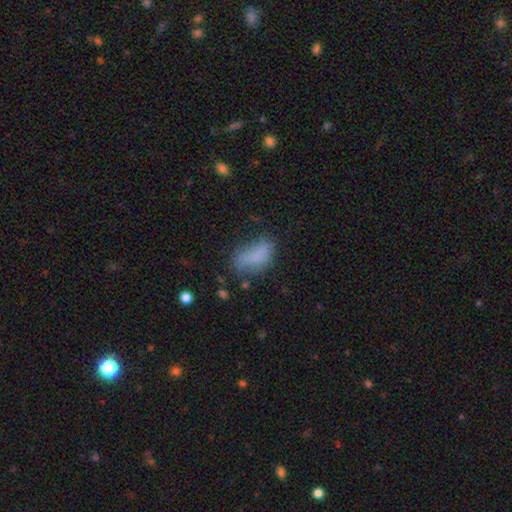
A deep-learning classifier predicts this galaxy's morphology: Smooth or featured: smooth — 72% (featured or disk — 17%)
How rounded: in between — 86% (cigar-shaped — 10%)
Merging: none — 40% (minor disturbance — 31%)